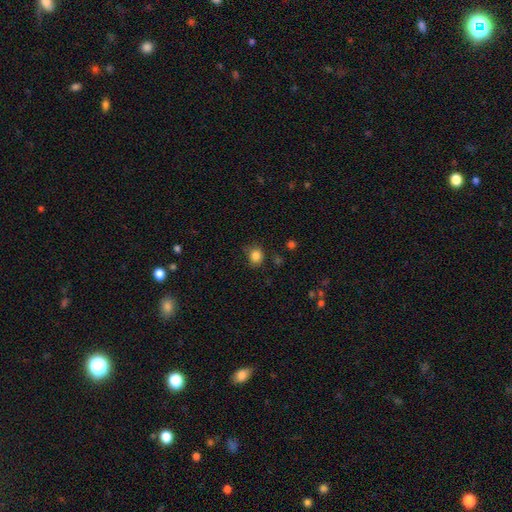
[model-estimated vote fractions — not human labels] smooth_or_featured: smooth (p=0.84) [alt: star or artifact p=0.11]
how_rounded: round (p=0.72) [alt: in between p=0.28]
merging: none (p=0.79) [alt: minor disturbance p=0.15]